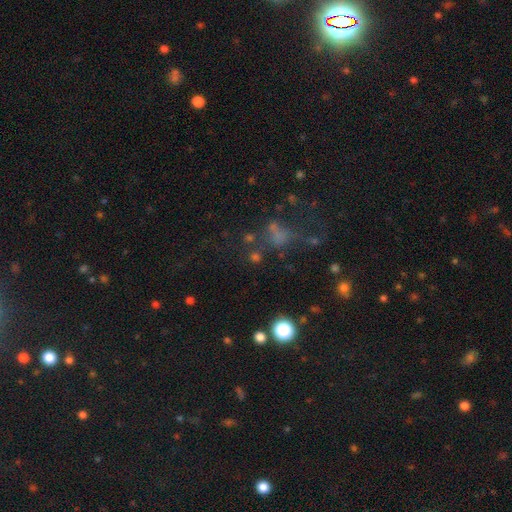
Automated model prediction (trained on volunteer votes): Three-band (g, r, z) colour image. It shows a smooth galaxy with no disk features (40%). Merging: none (50%).